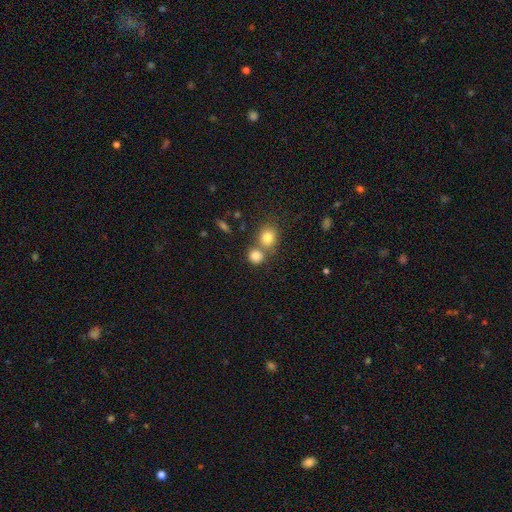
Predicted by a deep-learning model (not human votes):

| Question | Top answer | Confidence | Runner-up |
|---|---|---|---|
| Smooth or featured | smooth | 82% | star or artifact (11%) |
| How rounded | round | 80% | in between (18%) |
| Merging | none | 53% | merger (36%) |